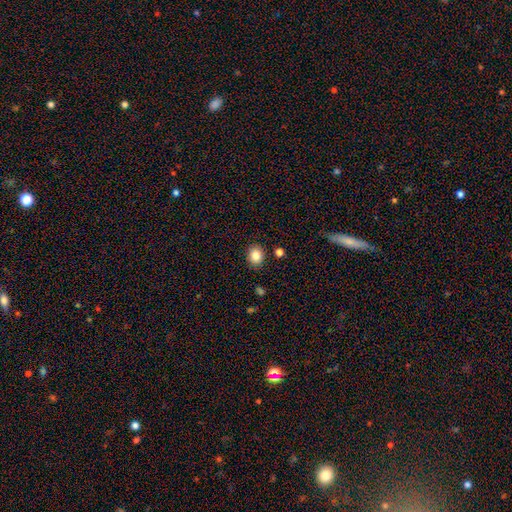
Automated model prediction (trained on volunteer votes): Q: Smooth or featured?
A: smooth (85%); runner-up: star or artifact (9%)
Q: How rounded?
A: round (58%); runner-up: in between (42%)
Q: Merging?
A: none (88%); runner-up: minor disturbance (8%)